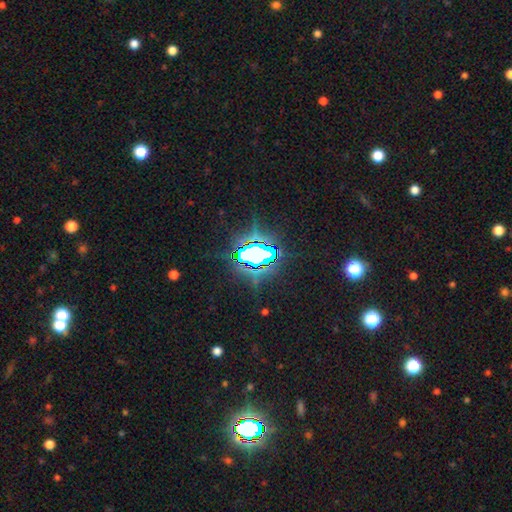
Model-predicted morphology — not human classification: type=star or artifact (75%).